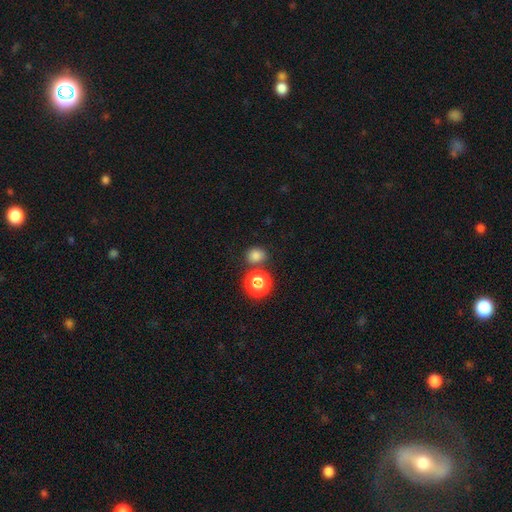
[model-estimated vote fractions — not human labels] A smooth galaxy with no disk features (80%) that is round (72%).

Vote fractions:
- Smooth or featured? smooth: 80% / star or artifact: 15% / featured or disk: 5%
- How rounded? round: 72% / in between: 27% / cigar-shaped: 1%
- Merging? none: 70% / merger: 17% / minor disturbance: 9% / major disturbance: 3%